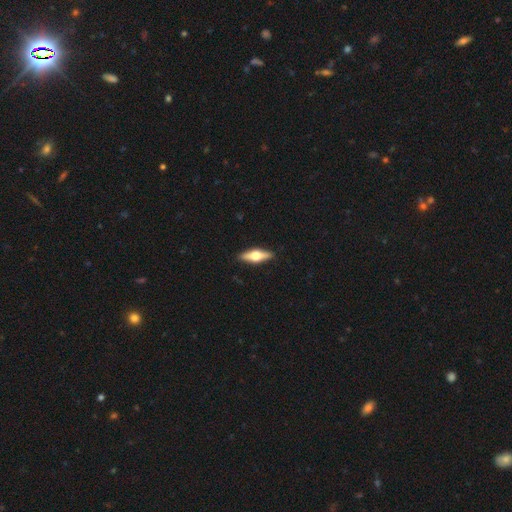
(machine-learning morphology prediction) smooth-or-featured: featured or disk: 60% | smooth: 34% | star or artifact: 6%
  disk-edge-on: yes: 95% | no: 5%
    edge-on-bulge: rounded: 96% | boxy: 3% | none: 1%
  merging: none: 90% | minor disturbance: 7% | major disturbance: 2% | merger: 1%